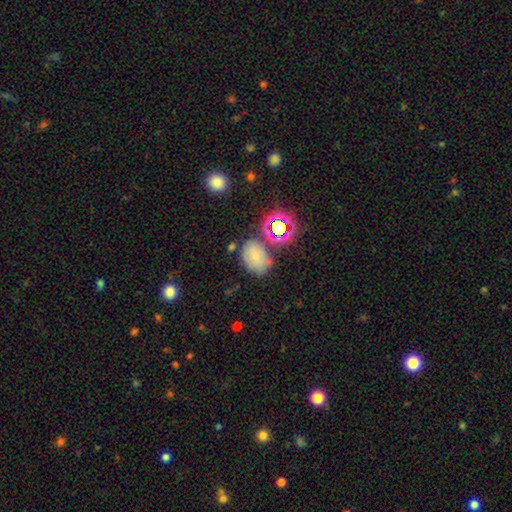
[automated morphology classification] This appears to be a smooth galaxy with no disk features (65%) that is in between round and cigar-shaped (74%). Merging: none (62%).